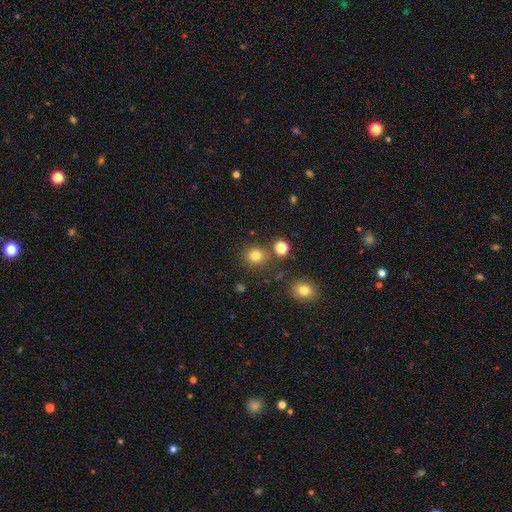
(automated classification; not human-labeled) Smooth or featured?
  - smooth: 80% *
  - star or artifact: 15%
  - featured or disk: 6%
How rounded?
  - round: 85% *
  - in between: 14%
  - cigar-shaped: 1%
Merging?
  - none: 80% *
  - minor disturbance: 9%
  - merger: 8%
  - major disturbance: 4%